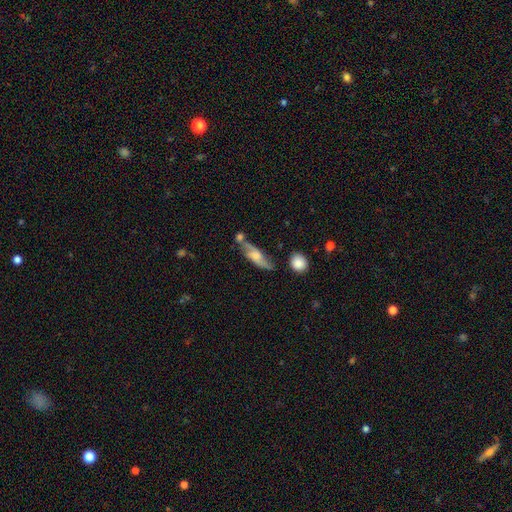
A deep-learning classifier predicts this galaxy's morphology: type=featured or disk (52%); edge-on=no (64%); merging=none (51%).